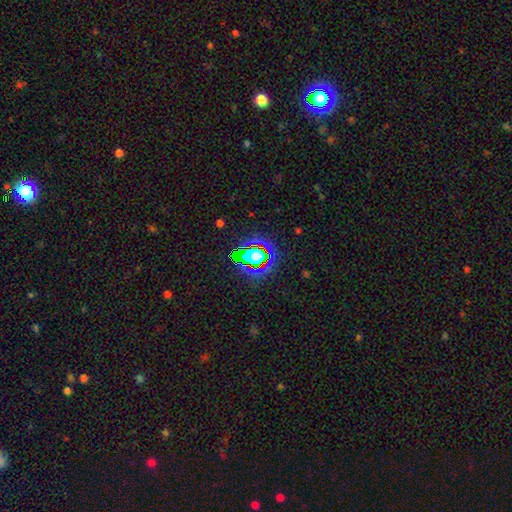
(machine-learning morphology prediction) This is possibly a star or artifact rather than a galaxy (56%).